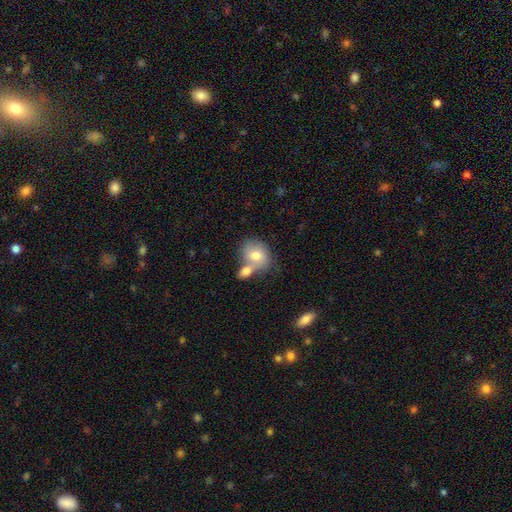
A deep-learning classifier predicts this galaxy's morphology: smooth_or_featured: smooth (p=0.71) [alt: featured or disk p=0.21]
how_rounded: round (p=0.53) [alt: in between p=0.46]
merging: merger (p=0.49) [alt: none p=0.35]